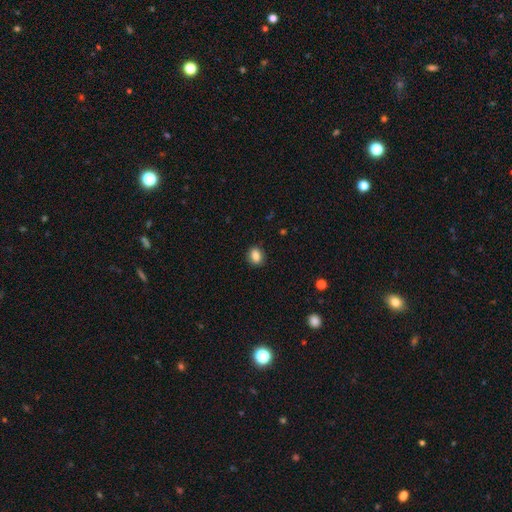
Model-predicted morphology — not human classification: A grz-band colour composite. It shows a smooth galaxy with no disk features (85%) that is in between round and cigar-shaped (55%). Merging: none (88%).